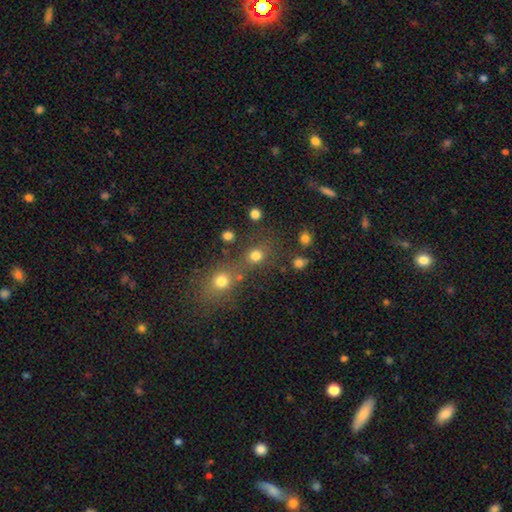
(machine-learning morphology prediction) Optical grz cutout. It shows a smooth galaxy with no disk features (76%) that is round (86%). Merging: none (59%).